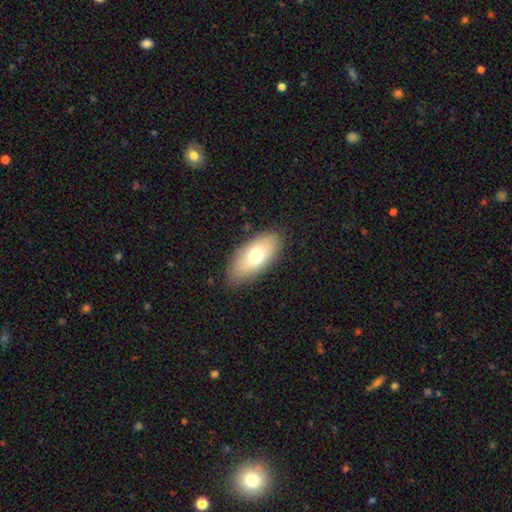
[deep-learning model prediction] A smooth galaxy with no disk features (70%) that is in between round and cigar-shaped (88%). Merging: none (85%).